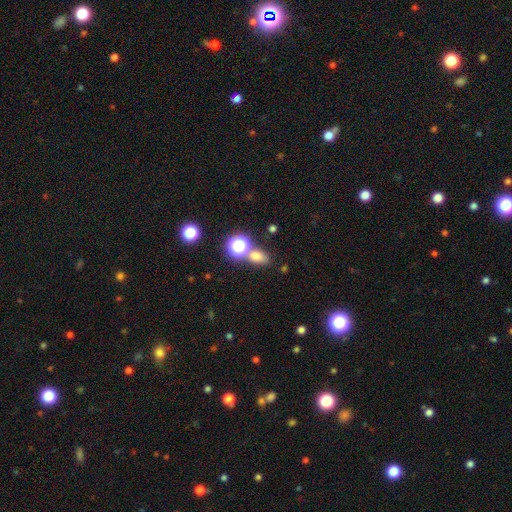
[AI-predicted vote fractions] A smooth galaxy with no disk features (68%) that is in between round and cigar-shaped (64%).

Vote fractions:
- Smooth or featured? smooth: 68% / star or artifact: 23% / featured or disk: 9%
- How rounded? in between: 64% / round: 34% / cigar-shaped: 2%
- Merging? none: 63% / merger: 23% / minor disturbance: 10% / major disturbance: 4%